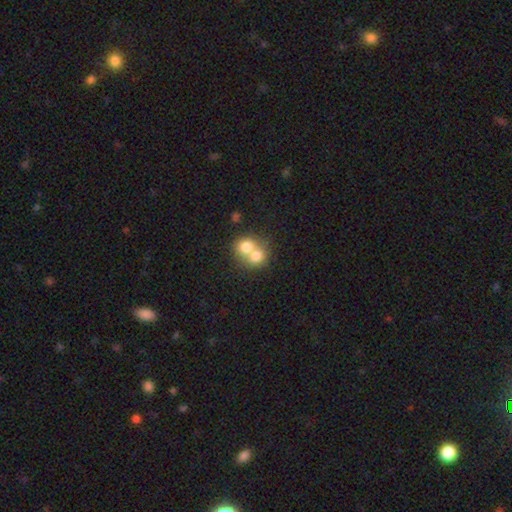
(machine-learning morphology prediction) This appears to be a smooth galaxy with no disk features (73%) that is round (68%). Merging: merger (71%).